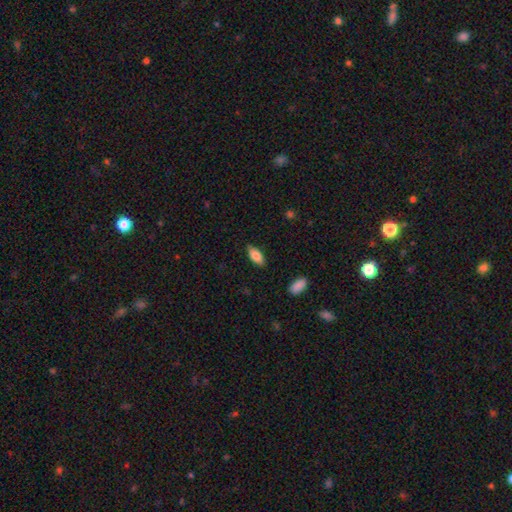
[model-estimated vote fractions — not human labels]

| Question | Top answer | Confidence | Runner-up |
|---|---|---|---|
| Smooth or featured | smooth | 82% | featured or disk (12%) |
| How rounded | in between | 87% | cigar-shaped (11%) |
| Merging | none | 85% | minor disturbance (12%) |